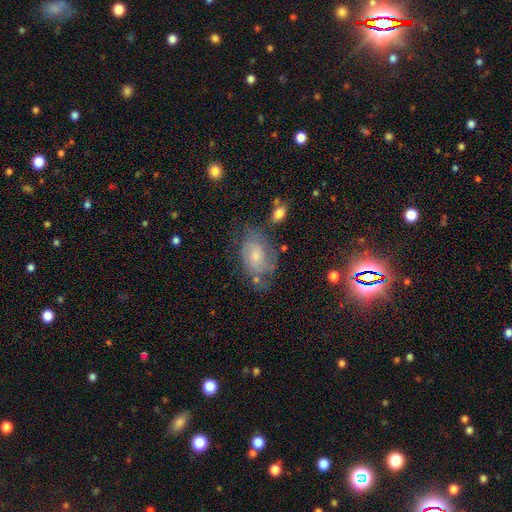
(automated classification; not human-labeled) Smooth or featured? featured or disk (47%)
Merging? none (51%)